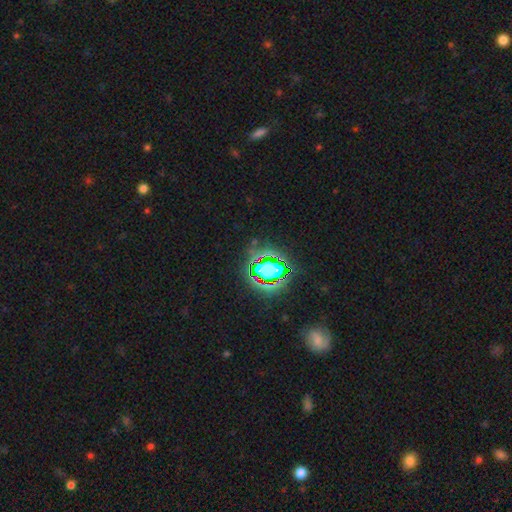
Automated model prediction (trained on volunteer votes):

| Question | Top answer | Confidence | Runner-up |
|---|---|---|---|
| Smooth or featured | star or artifact | 80% | smooth (13%) |